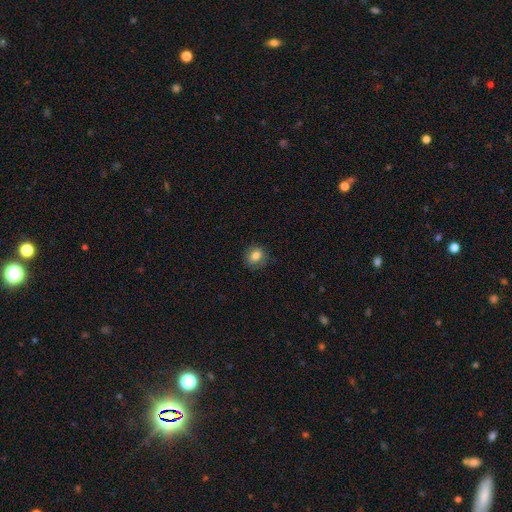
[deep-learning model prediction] Overall: smooth (80%). How rounded: round (65%; in between 34%). Merging: none (82%).